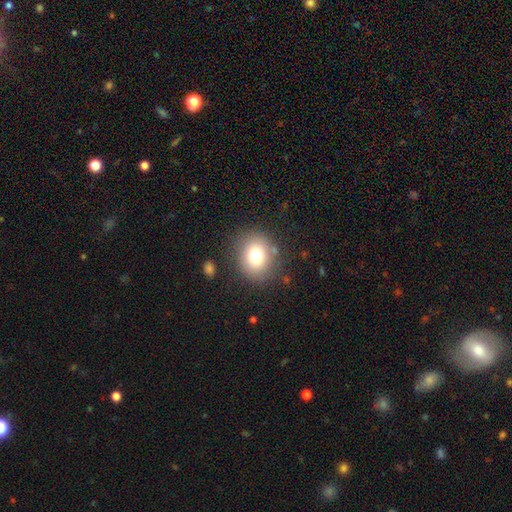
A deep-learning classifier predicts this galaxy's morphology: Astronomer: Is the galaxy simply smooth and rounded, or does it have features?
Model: smooth — 76%.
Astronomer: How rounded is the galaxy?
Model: round — 66%.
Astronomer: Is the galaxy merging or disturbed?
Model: none — 81%.